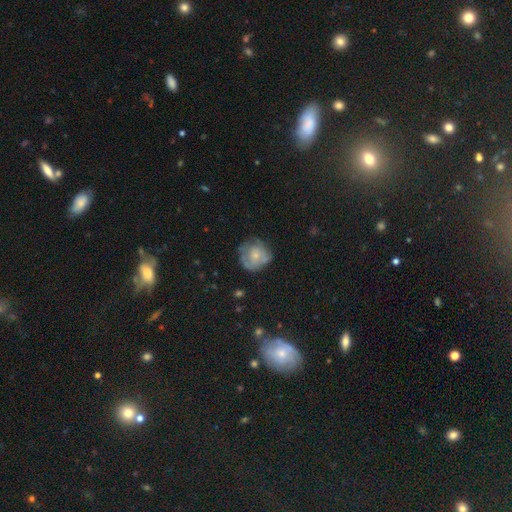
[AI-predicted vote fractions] A featured or disk galaxy (47%). Merging: none (57%).